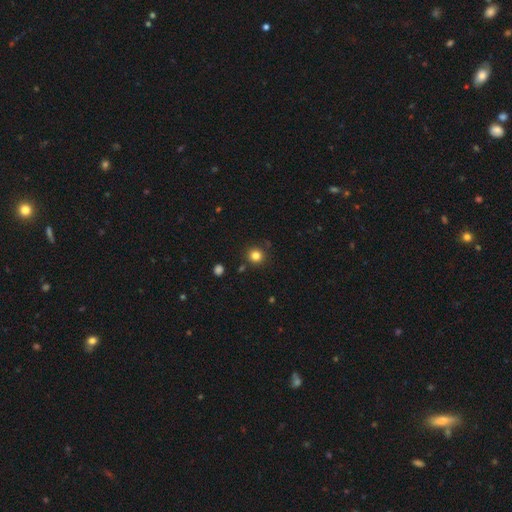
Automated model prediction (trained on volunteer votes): Smooth or featured?
  - smooth: 82% *
  - star or artifact: 13%
  - featured or disk: 5%
How rounded?
  - round: 92% *
  - in between: 7%
  - cigar-shaped: 1%
Merging?
  - none: 87% *
  - minor disturbance: 7%
  - merger: 3%
  - major disturbance: 2%